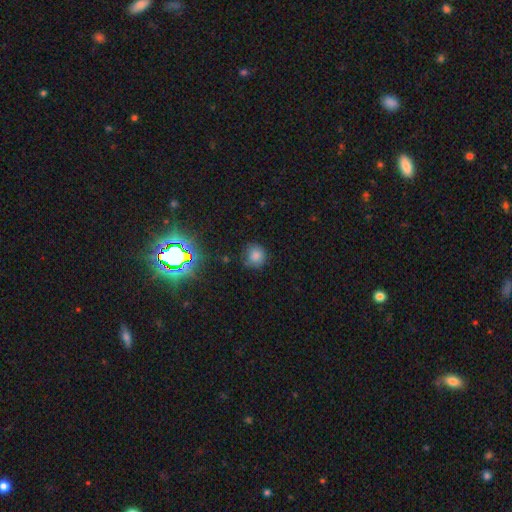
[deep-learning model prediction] This appears to be a smooth galaxy with no disk features (76%) that is round (87%). Merging: none (74%).